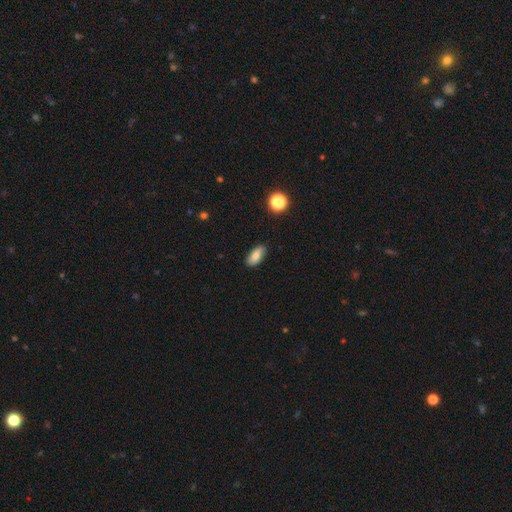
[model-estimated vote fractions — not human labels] This is likely a smooth galaxy (78%). How rounded: clearly in between (87%). Merging: clearly none (85%).